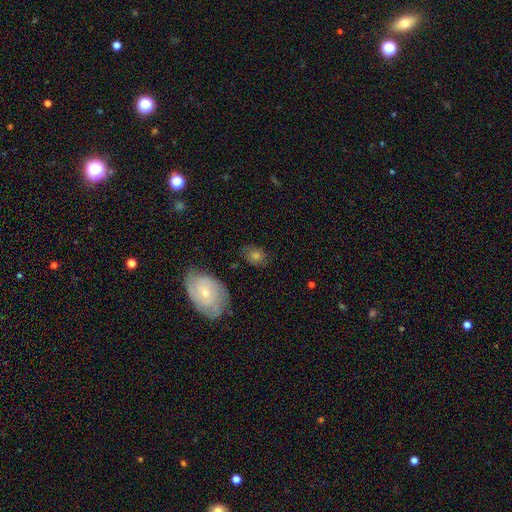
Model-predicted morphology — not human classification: Smooth or featured: smooth — 51% (featured or disk — 35%)
How rounded: in between — 61% (round — 37%)
Merging: none — 75% (minor disturbance — 16%)